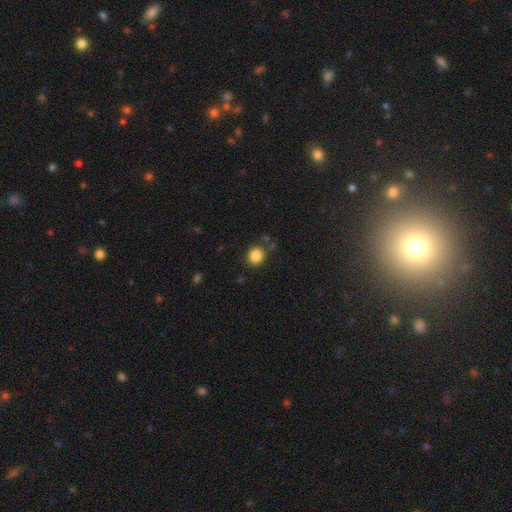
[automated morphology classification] Smooth or featured: smooth — 85% (star or artifact — 10%)
How rounded: round — 79% (in between — 20%)
Merging: none — 84% (minor disturbance — 9%)